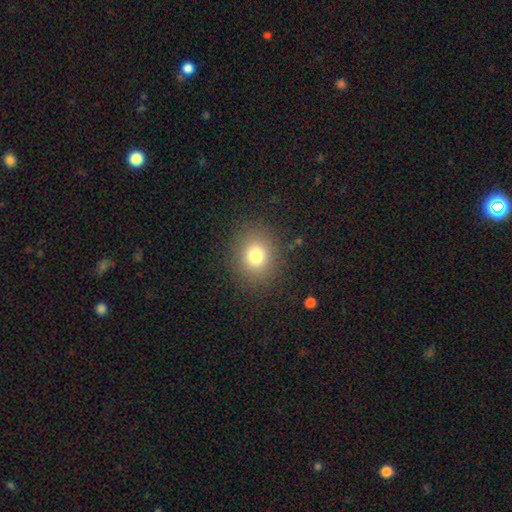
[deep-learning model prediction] smooth_or_featured: smooth (p=0.77) [alt: star or artifact p=0.14]
how_rounded: round (p=0.75) [alt: in between p=0.24]
merging: none (p=0.88) [alt: minor disturbance p=0.08]